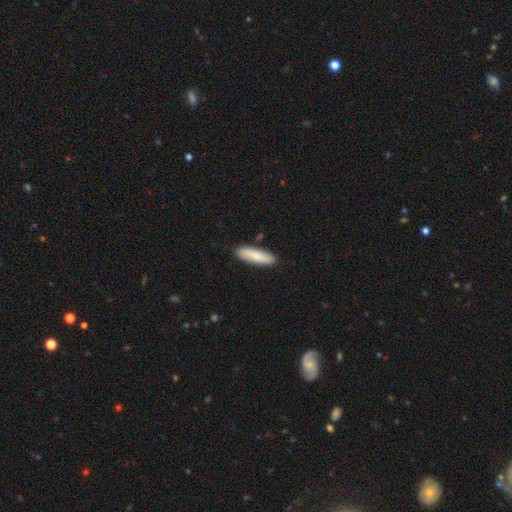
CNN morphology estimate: The model was most divided on "how rounded": cigar-shaped: 61%, in between: 37%, round: 2%. More confident: merging — none (88%); smooth or featured — smooth (78%).